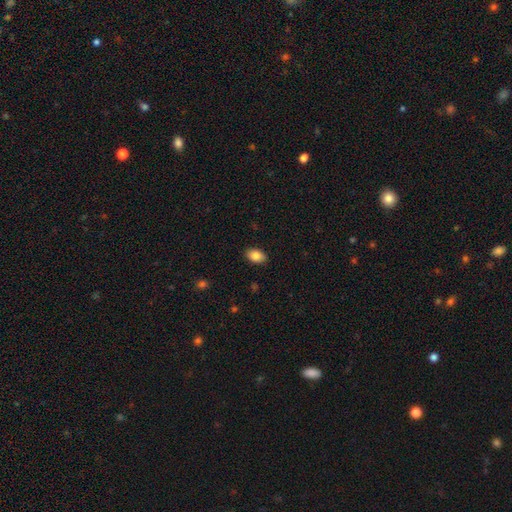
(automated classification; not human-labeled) A smooth galaxy with no disk features (87%) that is in between round and cigar-shaped (89%). Merging: none (89%).